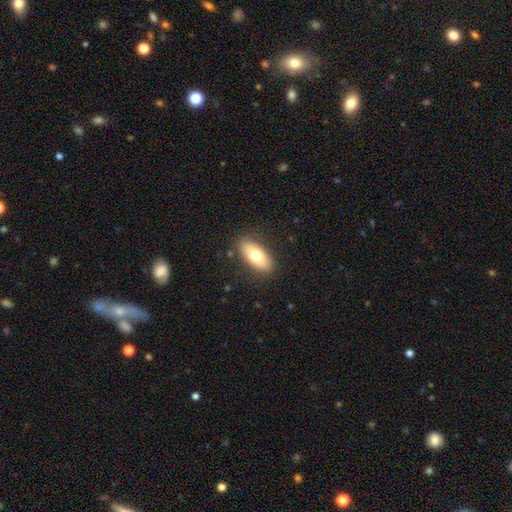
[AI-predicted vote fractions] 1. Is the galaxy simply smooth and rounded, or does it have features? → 74% smooth, 20% featured or disk, 6% star or artifact.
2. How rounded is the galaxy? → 86% in between, 11% cigar-shaped, 3% round.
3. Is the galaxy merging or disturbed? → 85% none, 11% minor disturbance, 3% major disturbance, 1% merger.